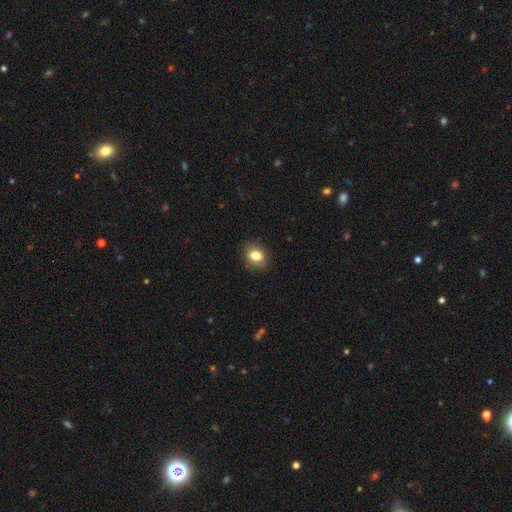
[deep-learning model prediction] Q: Smooth or featured?
A: smooth (81%); runner-up: star or artifact (10%)
Q: How rounded?
A: in between (51%); runner-up: round (48%)
Q: Merging?
A: none (87%); runner-up: minor disturbance (10%)